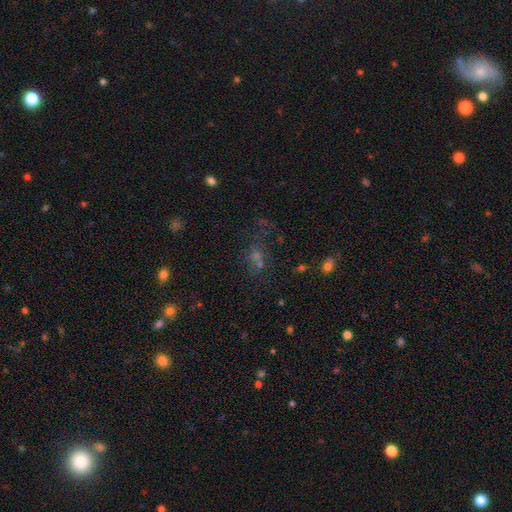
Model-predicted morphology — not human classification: Overall: star or artifact (46%; smooth 37%).